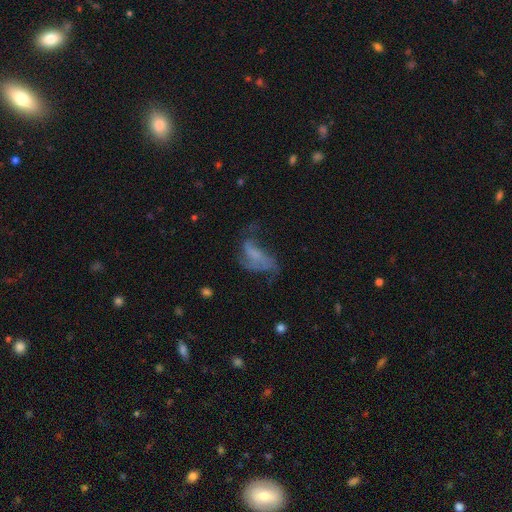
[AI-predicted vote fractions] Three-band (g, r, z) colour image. It shows a featured or disk galaxy (55%) with no bar (66%), spiral arms (57%) and no central bulge (54%). Merging: major disturbance (46%).